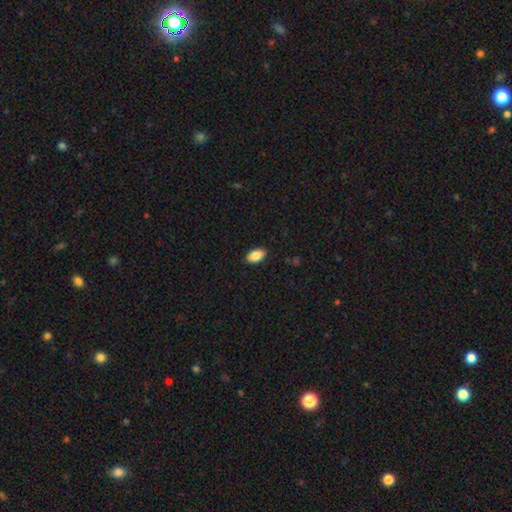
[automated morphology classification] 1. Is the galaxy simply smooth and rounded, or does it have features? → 87% smooth, 7% star or artifact, 6% featured or disk.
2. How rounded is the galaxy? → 93% in between, 4% round, 3% cigar-shaped.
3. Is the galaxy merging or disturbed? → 90% none, 7% minor disturbance, 2% major disturbance, 1% merger.